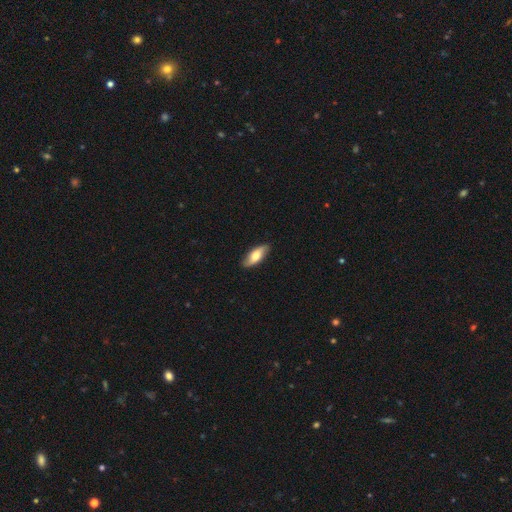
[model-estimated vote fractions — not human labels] This appears to be a smooth galaxy with no disk features (59%) that is in between round and cigar-shaped (73%). Merging: none (86%).